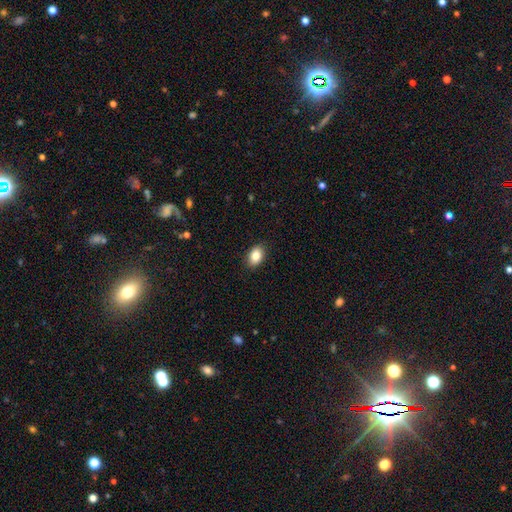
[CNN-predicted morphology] type=smooth (85%); roundness=in between (82%); merging=none (89%).